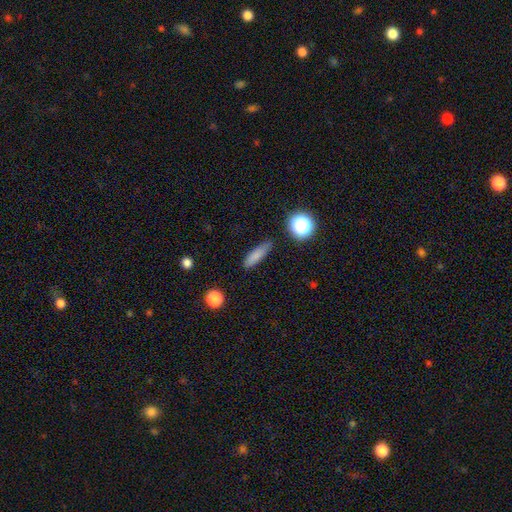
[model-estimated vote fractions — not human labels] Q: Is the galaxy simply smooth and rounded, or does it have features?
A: smooth — 79%.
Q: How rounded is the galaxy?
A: cigar-shaped — 66%.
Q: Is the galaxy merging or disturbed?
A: none — 81%.